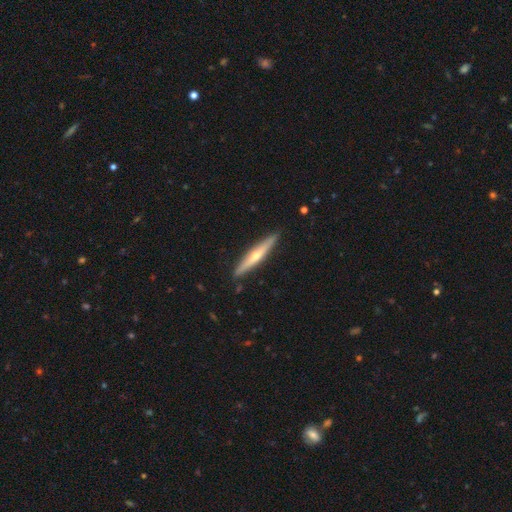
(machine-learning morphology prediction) Smooth or featured?
  - featured or disk: 61% *
  - smooth: 34%
  - star or artifact: 5%
Edge-on disk?
  - yes: 95% *
  - no: 5%
Edge-on bulge?
  - rounded: 85% *
  - none: 13%
  - boxy: 3%
Merging?
  - none: 90% *
  - minor disturbance: 7%
  - major disturbance: 1%
  - merger: 1%